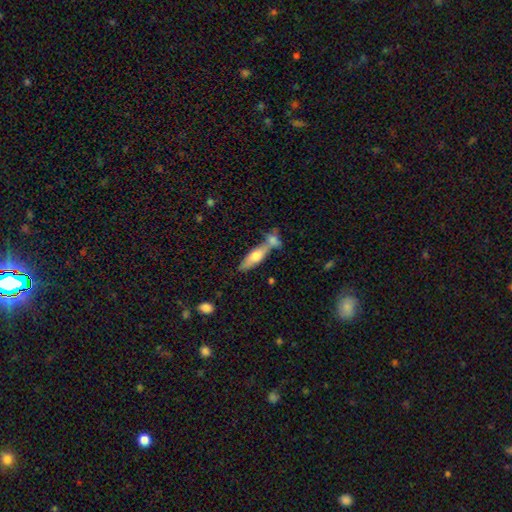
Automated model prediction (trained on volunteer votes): Smooth or featured? smooth (60%)
How rounded? cigar-shaped (51%)
Merging? merger (44%)